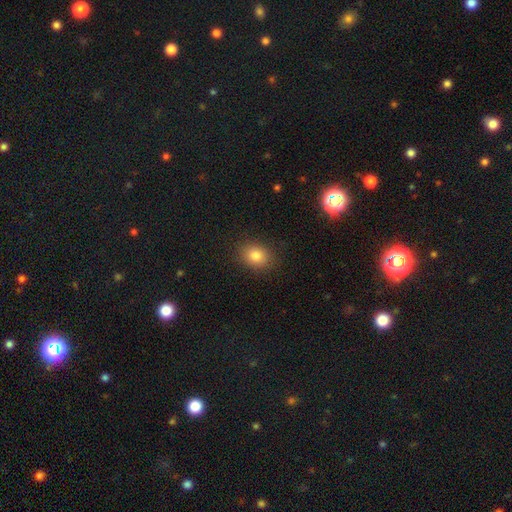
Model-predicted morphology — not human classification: A smooth galaxy with no disk features (83%) that is in between round and cigar-shaped (55%). Merging: none (88%).